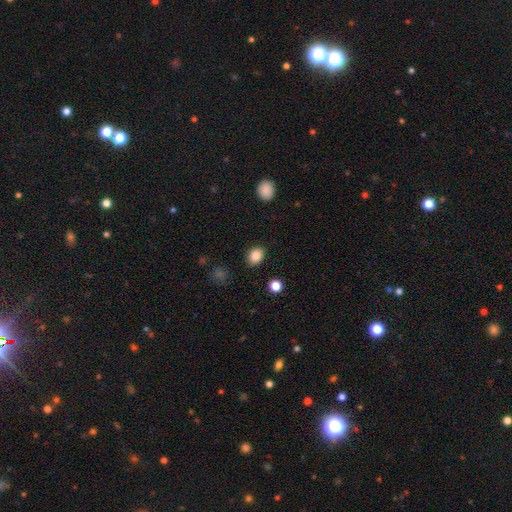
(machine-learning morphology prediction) smooth 85%, star or artifact 10%, featured or disk 5%. Down the decision tree: how rounded — in between (58%); merging — none (88%).